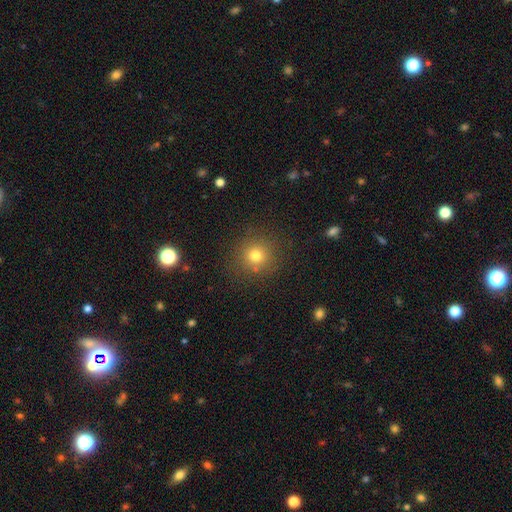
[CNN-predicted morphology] This is likely a smooth galaxy (75%). How rounded: clearly round (92%). Merging: clearly none (86%).